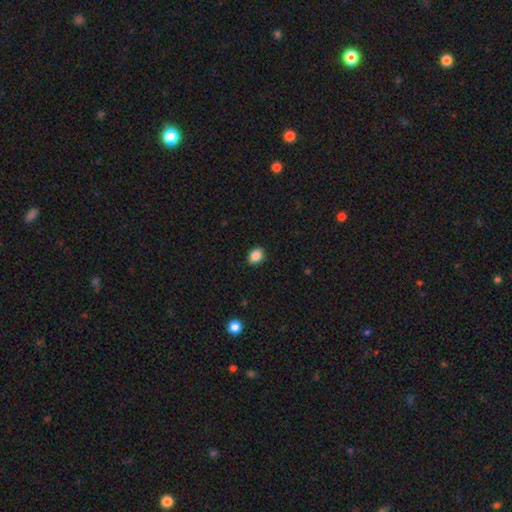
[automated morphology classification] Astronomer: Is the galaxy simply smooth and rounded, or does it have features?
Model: smooth — 88%.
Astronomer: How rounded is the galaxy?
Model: in between — 60% (runner-up: round, 39%).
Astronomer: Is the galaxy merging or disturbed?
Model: none — 89%.